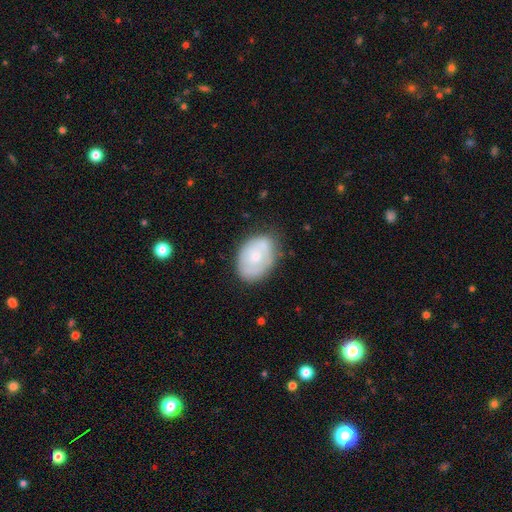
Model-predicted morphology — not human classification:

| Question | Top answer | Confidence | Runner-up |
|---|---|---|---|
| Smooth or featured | smooth | 55% | featured or disk (38%) |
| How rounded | in between | 77% | round (22%) |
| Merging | none | 67% | minor disturbance (24%) |